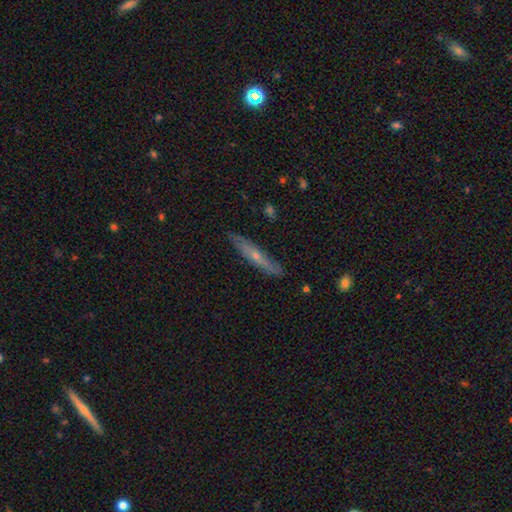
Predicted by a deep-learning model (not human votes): Smooth or featured? Predicted: featured or disk (p=0.61). Edge-on disk? Predicted: yes (p=0.84). Edge-on bulge? Predicted: rounded (p=0.74). Merging? Predicted: none (p=0.83).